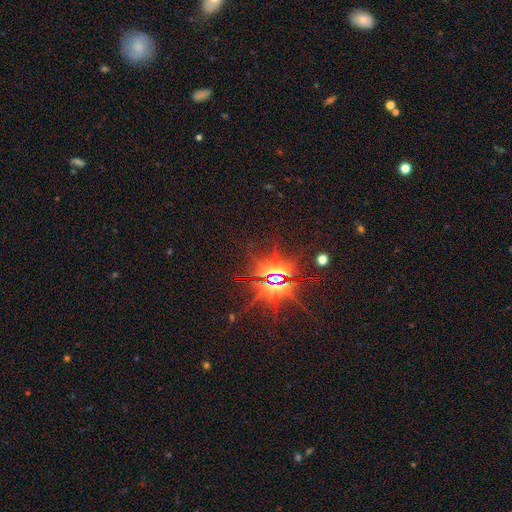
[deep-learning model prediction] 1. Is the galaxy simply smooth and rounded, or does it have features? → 85% star or artifact, 8% featured or disk, 7% smooth.